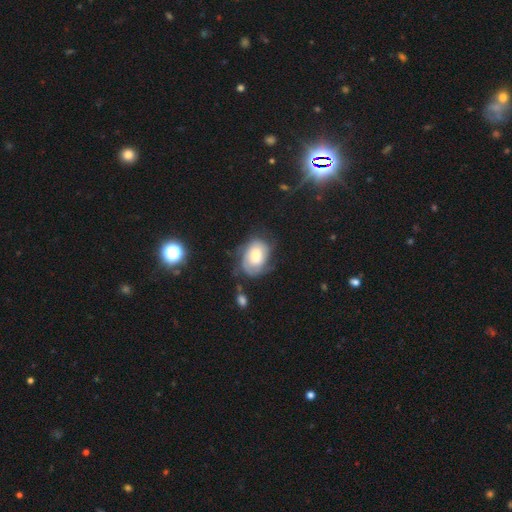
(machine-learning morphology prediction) smooth-or-featured: featured or disk: 50% | smooth: 42% | star or artifact: 8%
  merging: none: 50% | minor disturbance: 29% | major disturbance: 17% | merger: 3%